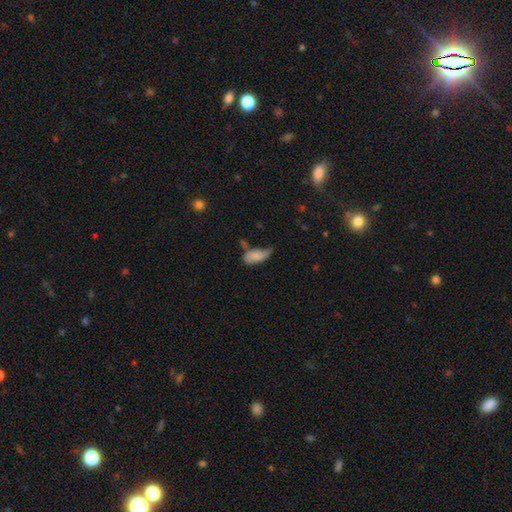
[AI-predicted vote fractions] Smooth or featured? smooth (65%)
How rounded? in between (86%)
Merging? minor disturbance (34%)